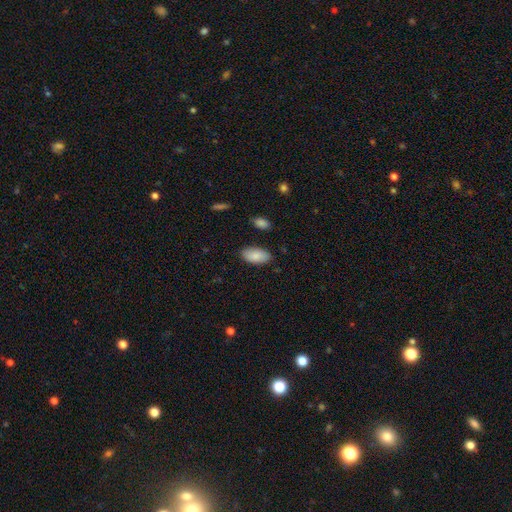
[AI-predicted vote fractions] The model was most divided on "merging": none: 84%, minor disturbance: 11%, major disturbance: 2%, merger: 2%. More confident: how rounded — in between (94%); smooth or featured — smooth (87%).